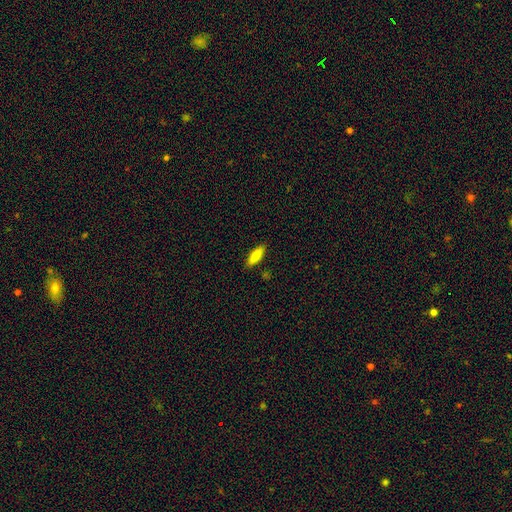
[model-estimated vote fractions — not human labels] smooth-or-featured: smooth: 79% | featured or disk: 15% | star or artifact: 7%
  how-rounded: in between: 54% | cigar-shaped: 44% | round: 2%
  merging: none: 86% | minor disturbance: 10% | major disturbance: 2% | merger: 2%